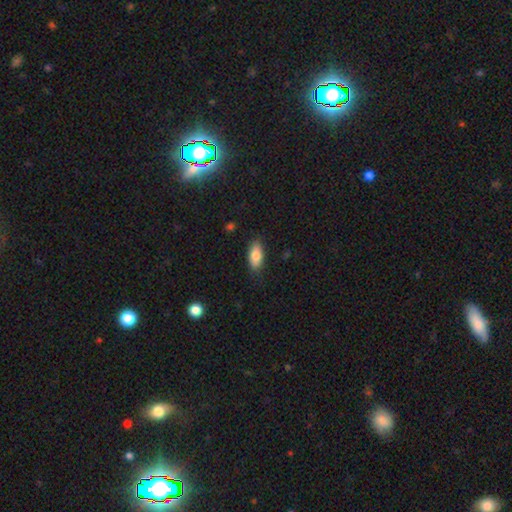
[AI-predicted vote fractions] smooth-or-featured: smooth: 80% | featured or disk: 13% | star or artifact: 7%
  how-rounded: in between: 84% | cigar-shaped: 13% | round: 3%
  merging: none: 83% | minor disturbance: 13% | major disturbance: 2% | merger: 1%